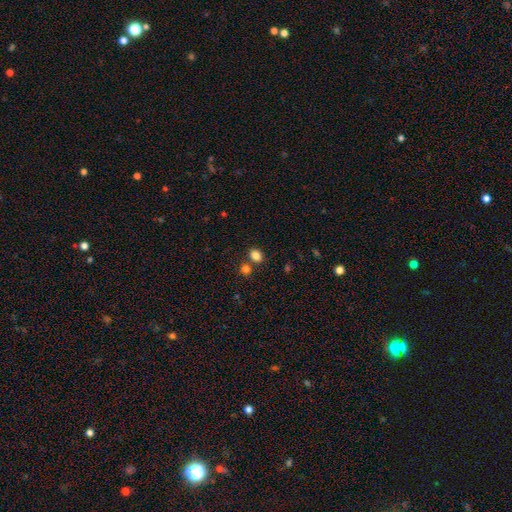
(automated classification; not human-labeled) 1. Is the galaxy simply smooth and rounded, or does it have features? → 83% smooth, 12% star or artifact, 5% featured or disk.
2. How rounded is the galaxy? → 52% round, 47% in between, 1% cigar-shaped.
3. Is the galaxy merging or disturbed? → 71% none, 17% merger, 9% minor disturbance, 3% major disturbance.